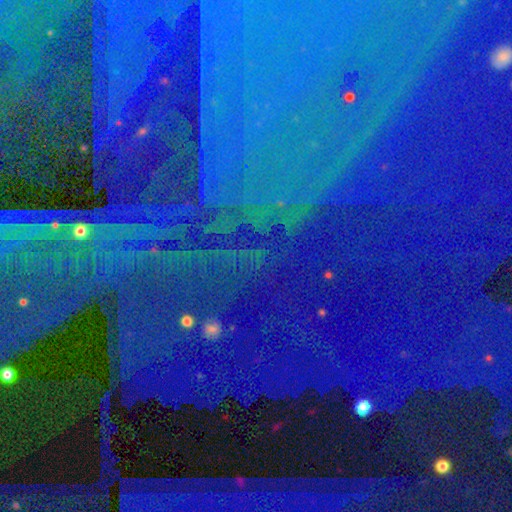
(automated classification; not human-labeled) A star or artifact, not a galaxy (87%).

Vote fractions:
- Smooth or featured? star or artifact: 87% / featured or disk: 7% / smooth: 6%